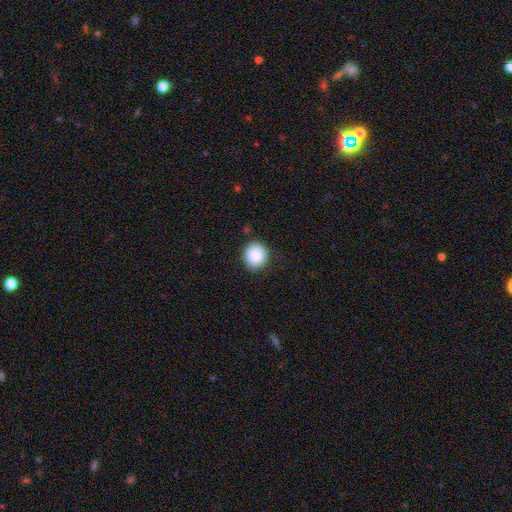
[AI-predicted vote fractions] smooth 87%, star or artifact 8%, featured or disk 5%. Down the decision tree: how rounded — round (91%); merging — none (87%).